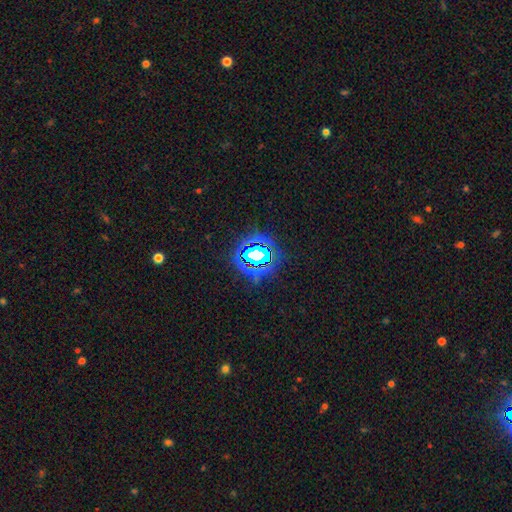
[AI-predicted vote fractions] Smooth or featured: star or artifact — 67% (smooth — 20%)